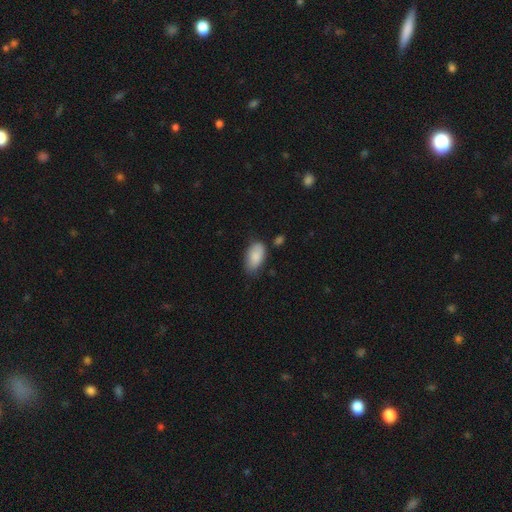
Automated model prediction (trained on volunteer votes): smooth_or_featured: smooth (p=0.86) [alt: featured or disk p=0.08]
how_rounded: in between (p=0.93) [alt: round p=0.04]
merging: none (p=0.64) [alt: minor disturbance p=0.27]